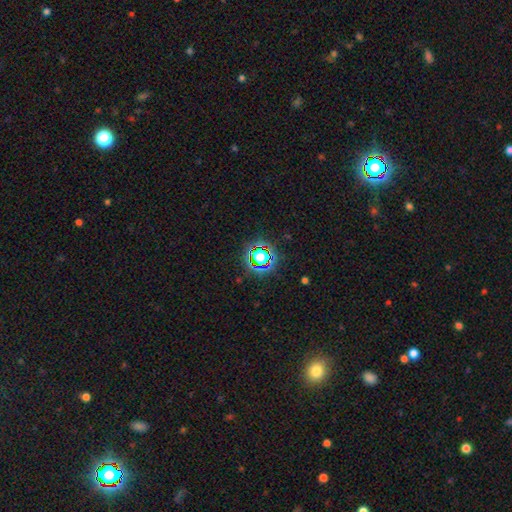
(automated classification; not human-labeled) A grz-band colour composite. It shows a star or artifact, not a galaxy (65%).